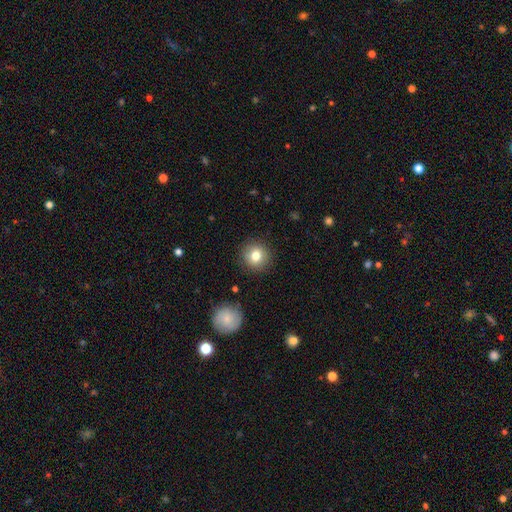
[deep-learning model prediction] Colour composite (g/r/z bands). It shows a smooth galaxy with no disk features (79%) that is round (91%). Merging: none (89%).